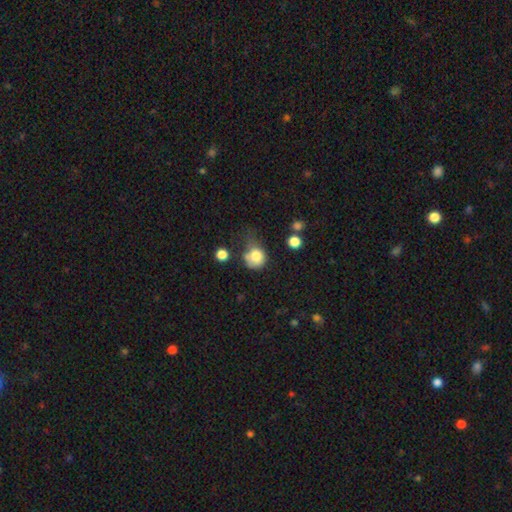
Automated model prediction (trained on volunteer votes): Morphology: type=smooth (77%); roundness=round (71%); merging=none (32%).